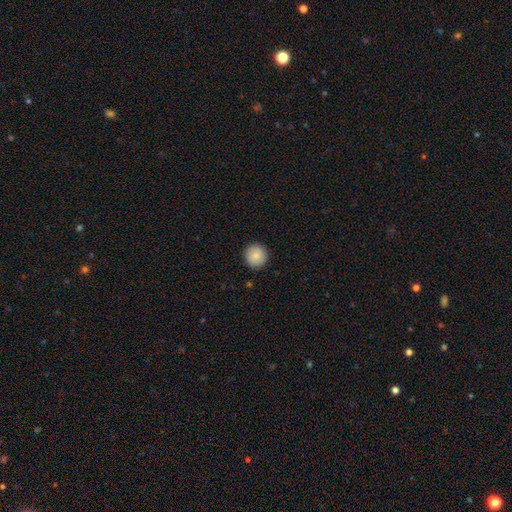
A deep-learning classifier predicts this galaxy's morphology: Overall: smooth (88%). How rounded: round (95%). Merging: none (91%).